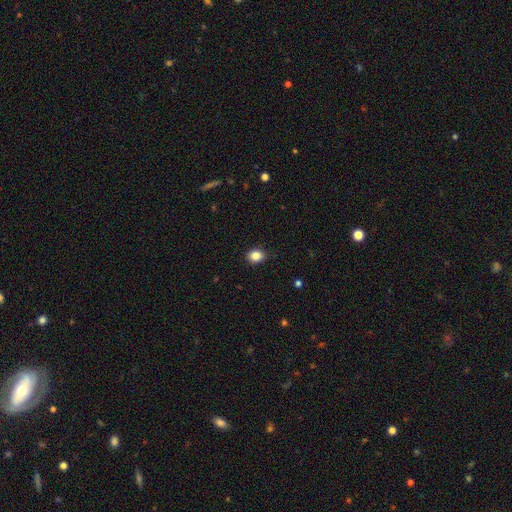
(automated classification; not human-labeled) A smooth galaxy with no disk features (85%) that is round (52%).

Vote fractions:
- Smooth or featured? smooth: 85% / star or artifact: 10% / featured or disk: 5%
- How rounded? round: 52% / in between: 47% / cigar-shaped: 1%
- Merging? none: 88% / minor disturbance: 9% / major disturbance: 2% / merger: 1%